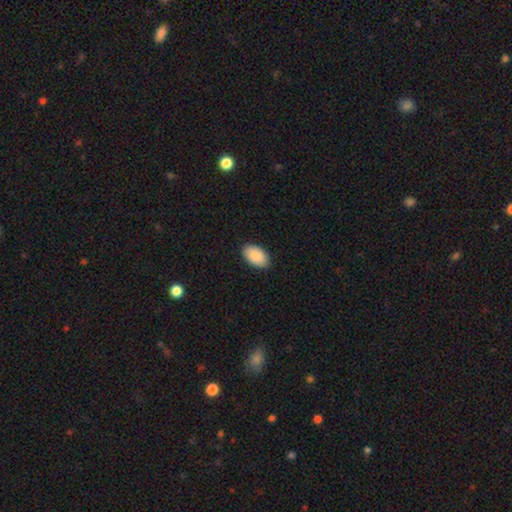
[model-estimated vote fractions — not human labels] Morphology: type=smooth (90%); roundness=in between (95%); merging=none (88%).